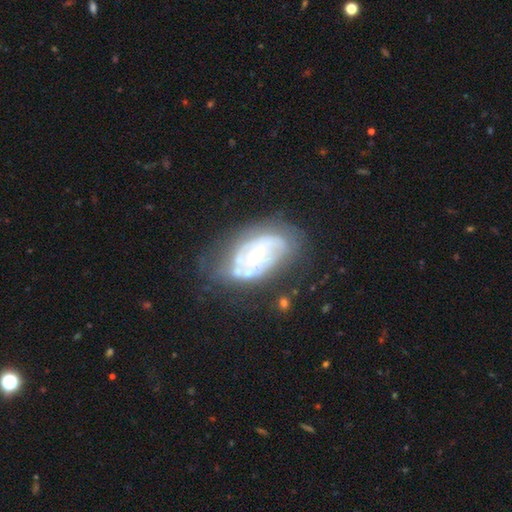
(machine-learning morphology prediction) Q: Smooth or featured?
A: featured or disk (75%); runner-up: smooth (18%)
Q: Edge-on disk?
A: no (96%); runner-up: yes (4%)
Q: Bar?
A: no (70%); runner-up: weak (23%)
Q: Spiral arms?
A: yes (71%); runner-up: no (29%)
Q: Spiral winding?
A: tight (53%); runner-up: medium (34%)
Q: Spiral arm count?
A: can't tell (44%); runner-up: 2 (33%)
Q: Bulge size?
A: small (67%); runner-up: moderate (26%)
Q: Merging?
A: none (50%); runner-up: minor disturbance (26%)